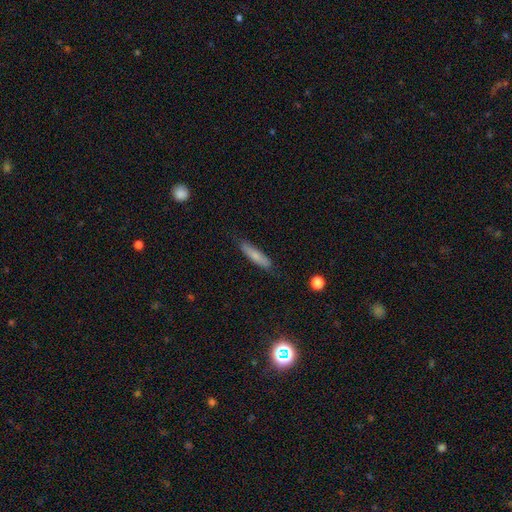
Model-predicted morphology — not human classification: Smooth or featured? Predicted: smooth (p=0.71). How rounded? Predicted: cigar-shaped (p=0.80). Merging? Predicted: none (p=0.82).